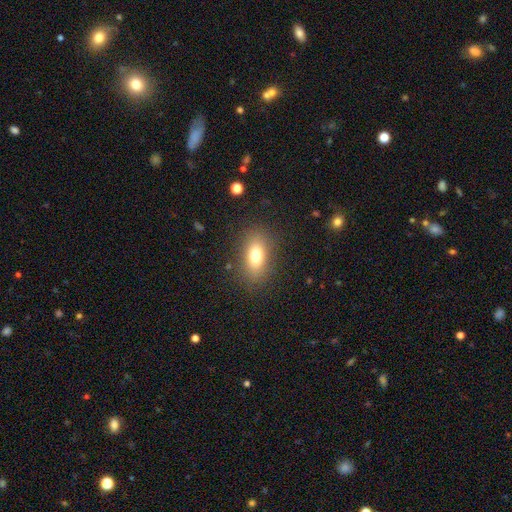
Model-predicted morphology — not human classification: This is likely a smooth galaxy (76%). How rounded: clearly in between (83%). Merging: clearly none (85%).